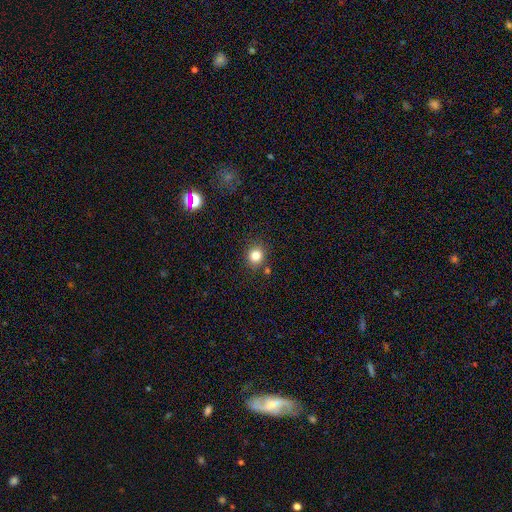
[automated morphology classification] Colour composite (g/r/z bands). It shows a smooth galaxy with no disk features (82%) that is round (84%). Merging: none (83%).